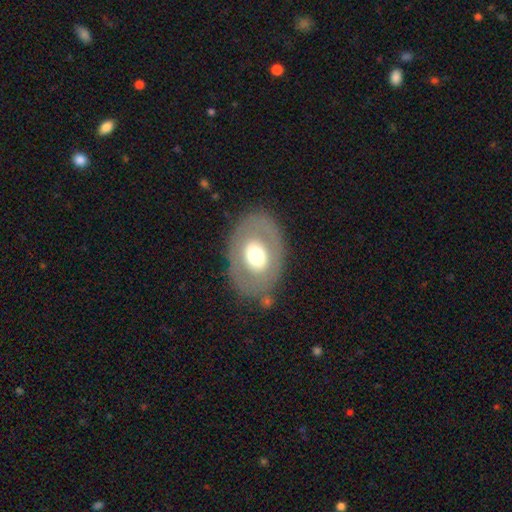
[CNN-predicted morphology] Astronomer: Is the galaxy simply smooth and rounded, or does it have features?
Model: smooth — 49% (runner-up: featured or disk, 44%).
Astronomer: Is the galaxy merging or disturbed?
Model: none — 79%.